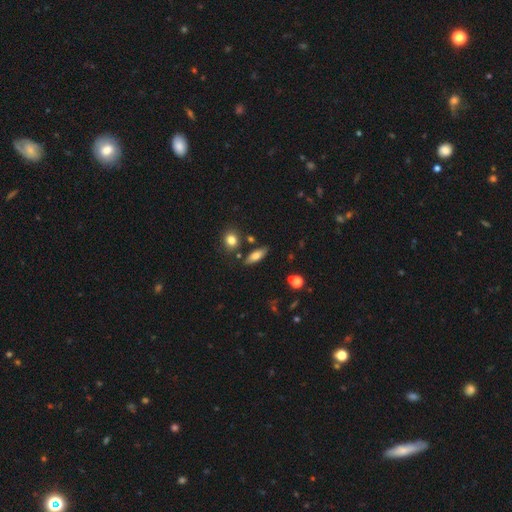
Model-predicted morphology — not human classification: This appears to be a smooth galaxy with no disk features (71%) that is in between round and cigar-shaped (65%). Merging: none (81%).